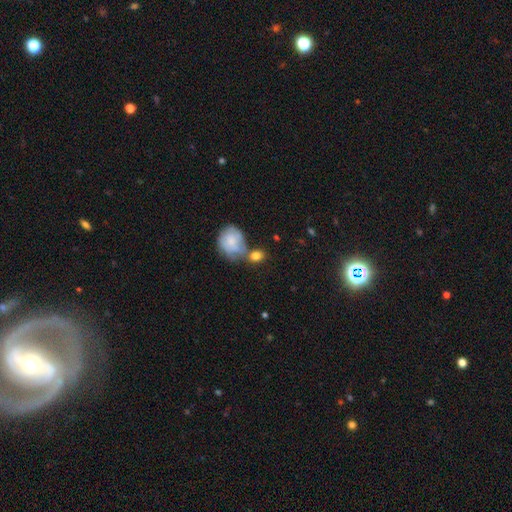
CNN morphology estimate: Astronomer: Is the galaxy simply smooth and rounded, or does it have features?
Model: smooth — 78%.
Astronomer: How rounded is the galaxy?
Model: round — 54% (runner-up: in between, 44%).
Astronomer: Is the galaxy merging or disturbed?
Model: none — 44% (runner-up: merger, 33%).